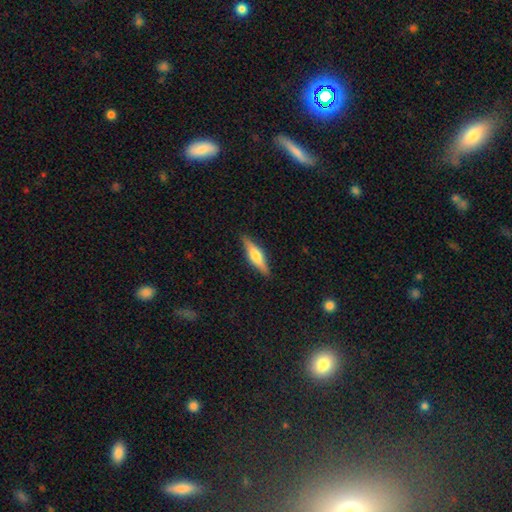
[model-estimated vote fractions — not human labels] smooth_or_featured: smooth (p=0.49) [alt: featured or disk p=0.45]
merging: none (p=0.88) [alt: minor disturbance p=0.09]